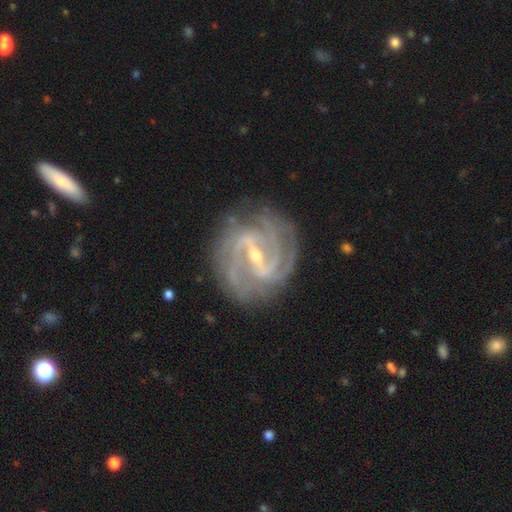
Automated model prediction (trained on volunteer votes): Smooth or featured?
  - featured or disk: 92% *
  - star or artifact: 5%
  - smooth: 3%
Edge-on disk?
  - no: 97% *
  - yes: 3%
Bar?
  - strong: 61% *
  - weak: 32%
  - no: 7%
Spiral arms?
  - yes: 98% *
  - no: 2%
Spiral winding?
  - tight: 55% *
  - medium: 38%
  - loose: 7%
Spiral arm count?
  - 2: 40% *
  - 3: 23%
  - can't tell: 13%
  - 4: 13%
  - more than 4: 5%
  - 1: 5%
Bulge size?
  - small: 57% *
  - moderate: 39%
  - large: 1%
  - none: 1%
  - dominant: 1%
Merging?
  - none: 80% *
  - minor disturbance: 14%
  - major disturbance: 5%
  - merger: 1%